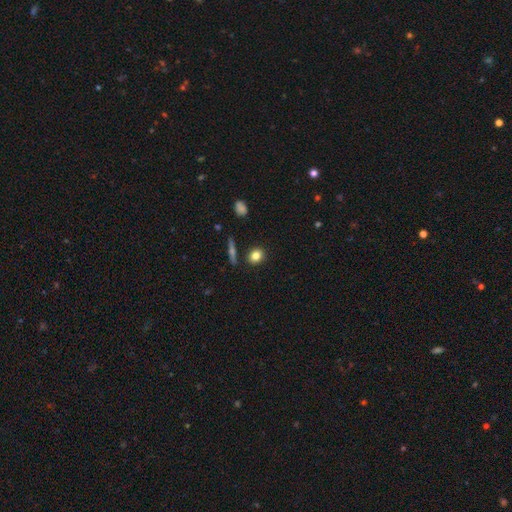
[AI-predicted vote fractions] Smooth or featured? Predicted: smooth (p=0.81). How rounded? Predicted: round (p=0.67). Merging? Predicted: none (p=0.85).